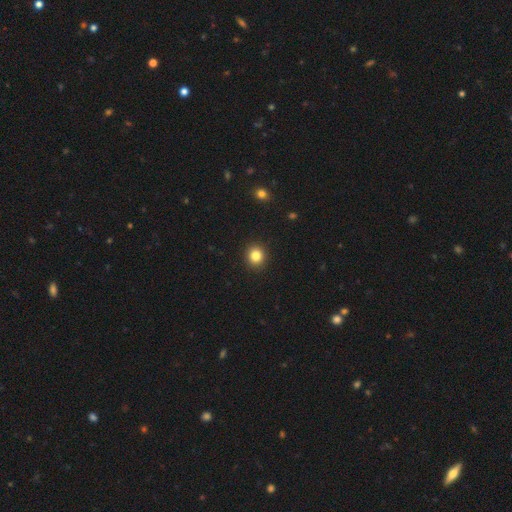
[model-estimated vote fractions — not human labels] smooth-or-featured: smooth: 83% | star or artifact: 11% | featured or disk: 5%
  how-rounded: round: 86% | in between: 13% | cigar-shaped: 1%
  merging: none: 92% | minor disturbance: 5% | major disturbance: 2% | merger: 1%